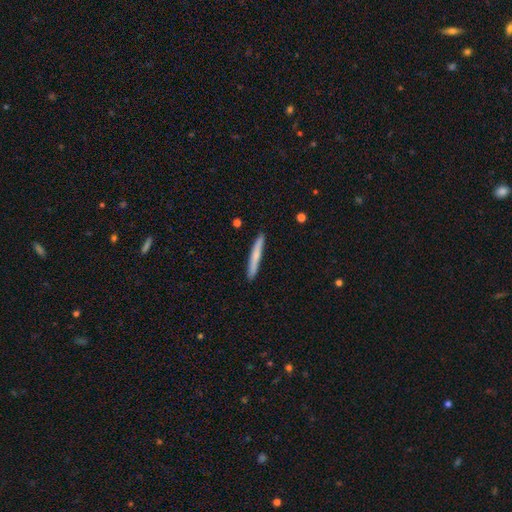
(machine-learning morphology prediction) This appears to be a smooth galaxy with no disk features (69%) that is cigar-shaped (96%). Merging: none (91%).